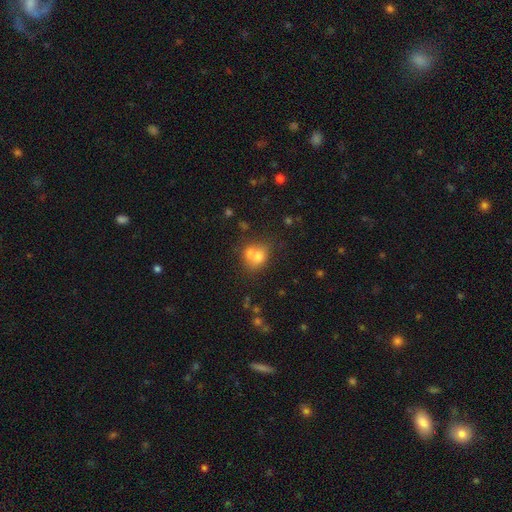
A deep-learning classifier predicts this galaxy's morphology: Smooth or featured: smooth — 70% (featured or disk — 18%)
How rounded: round — 53% (in between — 46%)
Merging: merger — 56% (none — 30%)